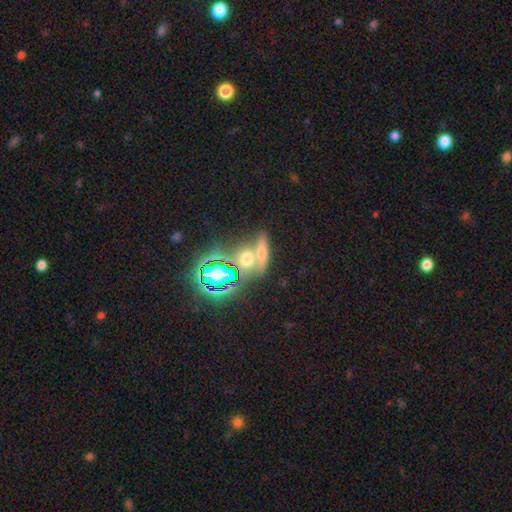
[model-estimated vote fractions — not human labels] Smooth or featured?
  - star or artifact: 45% *
  - smooth: 29%
  - featured or disk: 26%